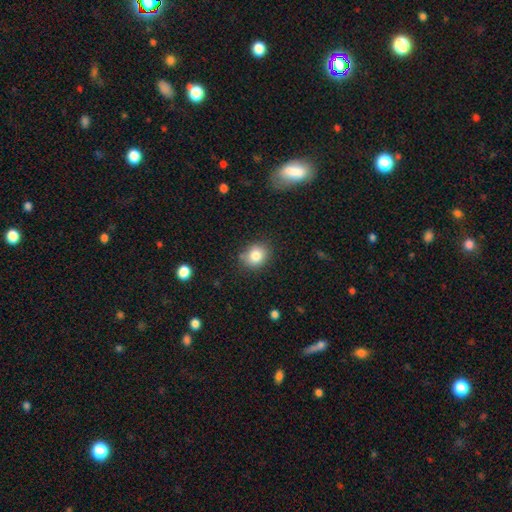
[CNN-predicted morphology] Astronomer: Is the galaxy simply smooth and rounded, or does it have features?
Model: smooth — 82%.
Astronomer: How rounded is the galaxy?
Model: round — 64%.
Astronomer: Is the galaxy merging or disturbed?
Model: none — 80%.